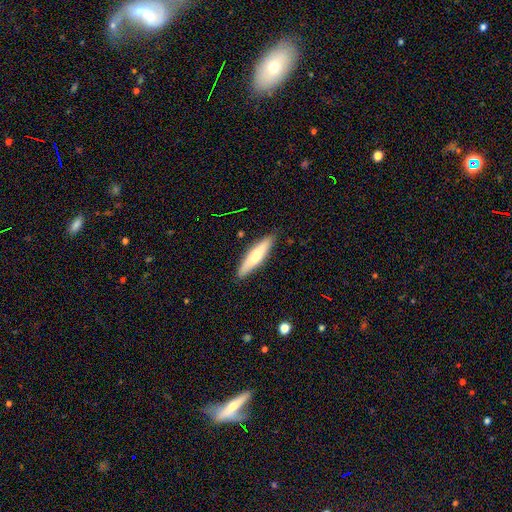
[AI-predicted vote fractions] Q: Smooth or featured?
A: smooth (64%); runner-up: featured or disk (30%)
Q: How rounded?
A: cigar-shaped (79%); runner-up: in between (20%)
Q: Merging?
A: none (87%); runner-up: minor disturbance (10%)